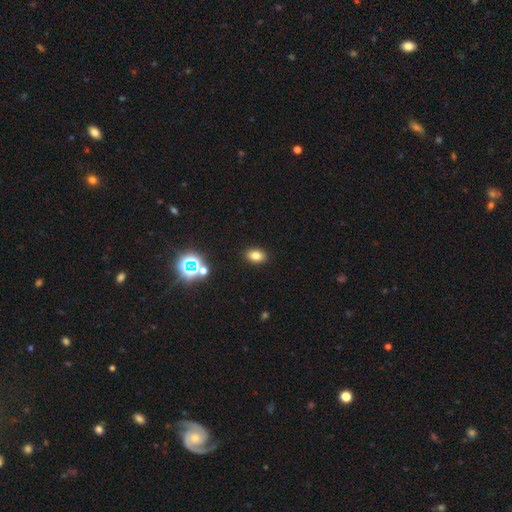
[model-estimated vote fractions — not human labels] smooth_or_featured: smooth (p=0.77) [alt: star or artifact p=0.15]
how_rounded: in between (p=0.81) [alt: round p=0.17]
merging: none (p=0.89) [alt: minor disturbance p=0.07]